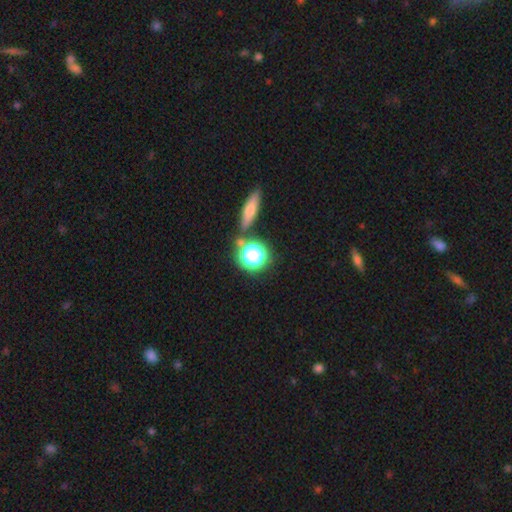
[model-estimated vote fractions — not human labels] smooth 41%, star or artifact 36%, featured or disk 23%. Down the decision tree: merging — none (77%).